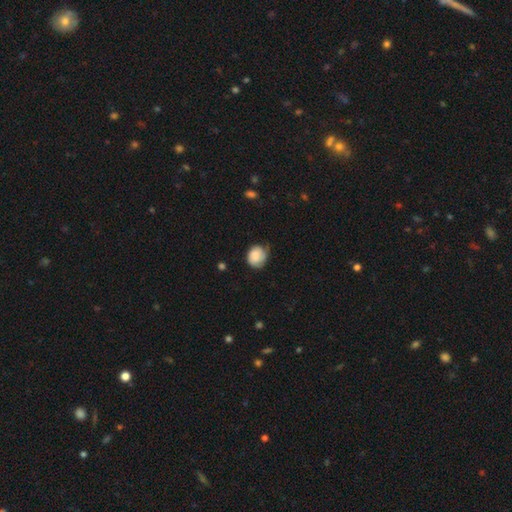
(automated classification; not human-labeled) A smooth galaxy with no disk features (77%) that is round (65%). Merging: none (53%).